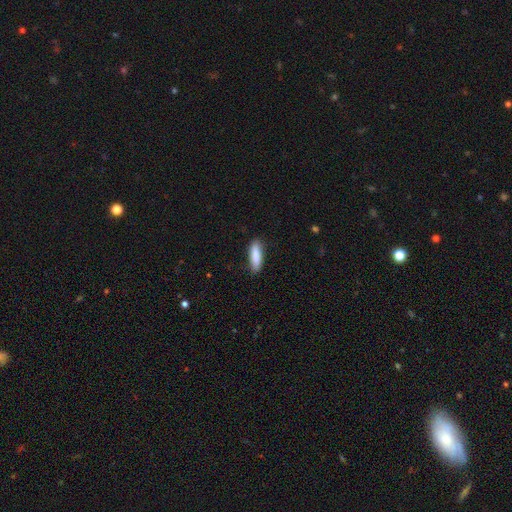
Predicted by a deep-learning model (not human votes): A smooth galaxy with no disk features (86%) that is cigar-shaped (58%).

Vote fractions:
- Smooth or featured? smooth: 86% / featured or disk: 9% / star or artifact: 6%
- How rounded? cigar-shaped: 58% / in between: 40% / round: 2%
- Merging? none: 86% / minor disturbance: 11% / major disturbance: 2% / merger: 1%